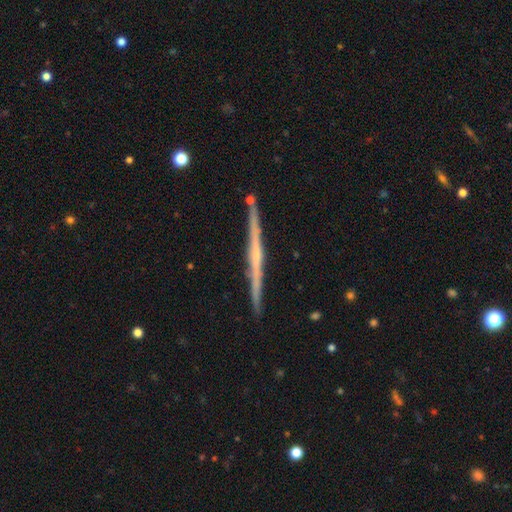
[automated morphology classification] Q: Smooth or featured?
A: featured or disk (75%); runner-up: smooth (19%)
Q: Edge-on disk?
A: yes (98%); runner-up: no (2%)
Q: Edge-on bulge?
A: none (53%); runner-up: rounded (38%)
Q: Merging?
A: none (91%); runner-up: minor disturbance (6%)